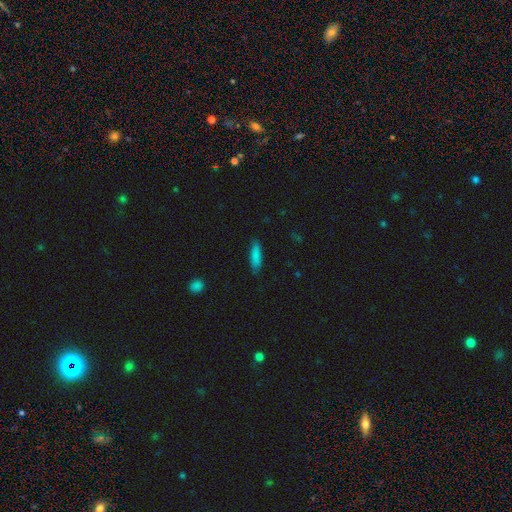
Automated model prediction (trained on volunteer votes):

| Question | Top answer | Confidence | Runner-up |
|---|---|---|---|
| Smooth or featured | smooth | 85% | featured or disk (8%) |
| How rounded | cigar-shaped | 65% | in between (34%) |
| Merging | none | 85% | minor disturbance (12%) |